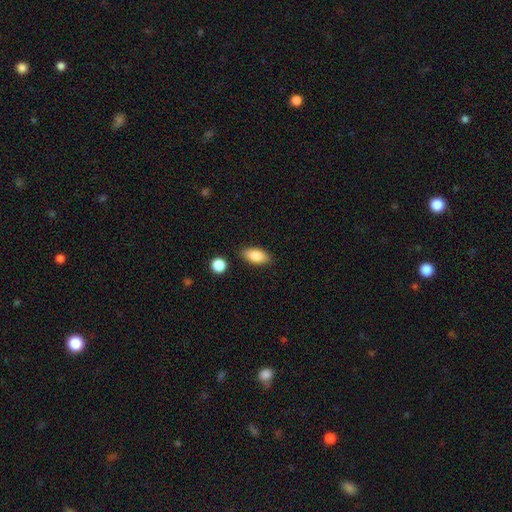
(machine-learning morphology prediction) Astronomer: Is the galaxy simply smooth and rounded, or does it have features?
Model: smooth — 86%.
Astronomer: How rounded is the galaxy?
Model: in between — 90%.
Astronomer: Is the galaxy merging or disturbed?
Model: none — 85%.